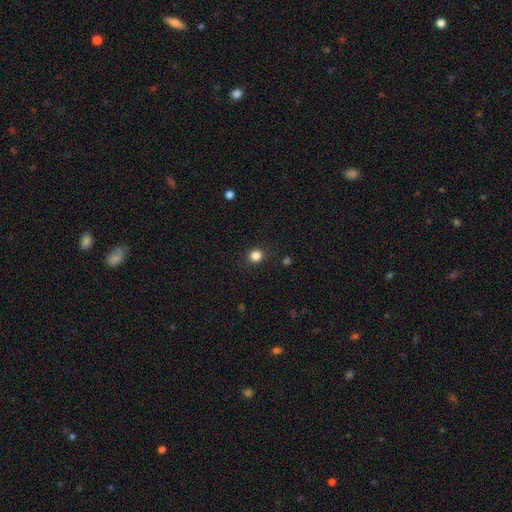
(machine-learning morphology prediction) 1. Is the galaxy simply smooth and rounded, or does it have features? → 83% smooth, 13% star or artifact, 4% featured or disk.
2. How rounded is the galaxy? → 90% round, 9% in between, 1% cigar-shaped.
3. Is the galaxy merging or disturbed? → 90% none, 6% minor disturbance, 2% major disturbance, 1% merger.